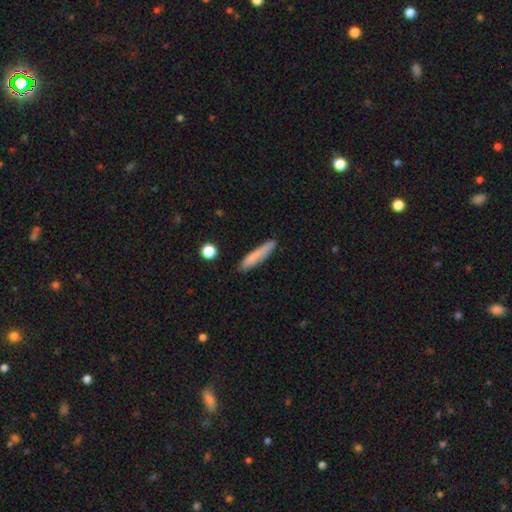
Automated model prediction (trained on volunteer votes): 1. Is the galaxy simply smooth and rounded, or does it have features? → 79% smooth, 14% featured or disk, 7% star or artifact.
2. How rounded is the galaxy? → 92% cigar-shaped, 7% in between, 1% round.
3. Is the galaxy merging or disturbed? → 83% none, 13% minor disturbance, 3% major disturbance, 2% merger.